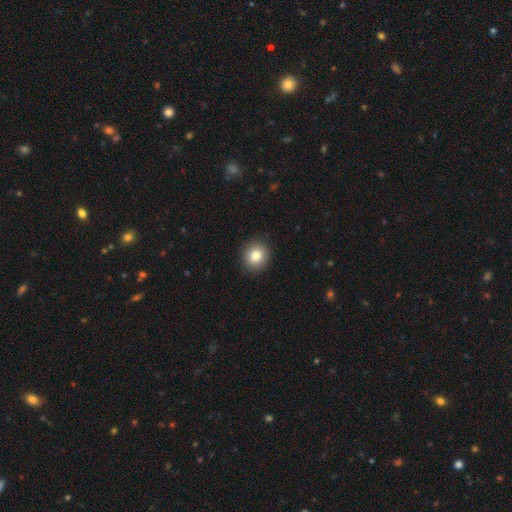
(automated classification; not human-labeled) This is clearly a smooth galaxy (82%). How rounded: clearly round (84%). Merging: clearly none (91%).